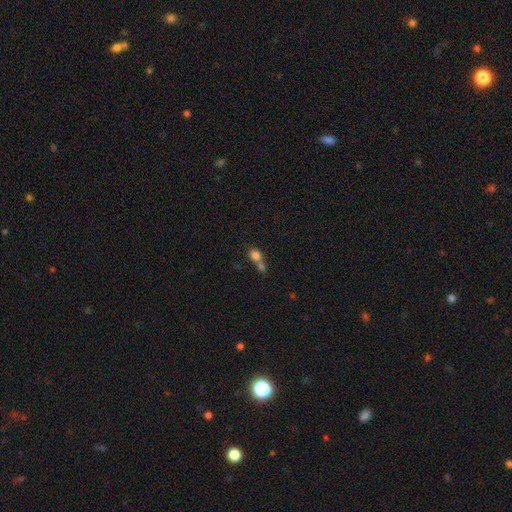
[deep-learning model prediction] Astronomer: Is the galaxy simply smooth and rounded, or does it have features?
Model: smooth — 77%.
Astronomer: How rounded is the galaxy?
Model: round — 56% (runner-up: in between, 42%).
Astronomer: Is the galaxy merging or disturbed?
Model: merger — 63%.